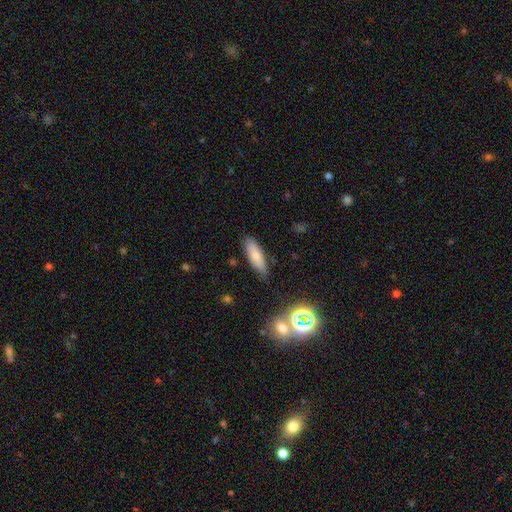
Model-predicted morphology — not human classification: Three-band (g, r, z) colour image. It shows a smooth galaxy with no disk features (78%) that is in between round and cigar-shaped (51%). Merging: none (81%).